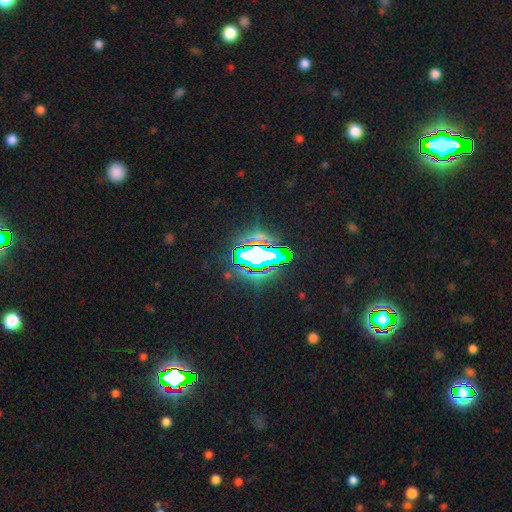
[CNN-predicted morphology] smooth-or-featured: star or artifact: 69% | smooth: 19% | featured or disk: 13%